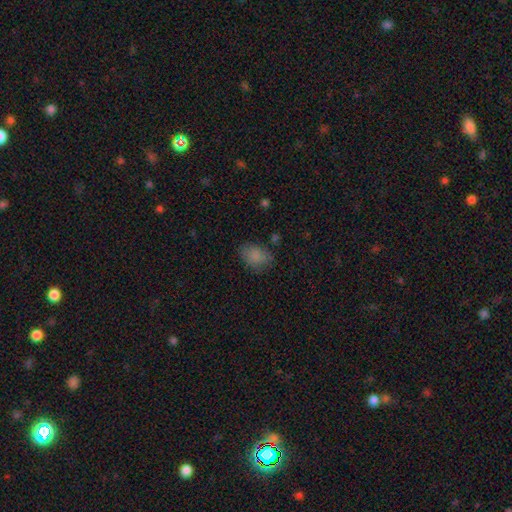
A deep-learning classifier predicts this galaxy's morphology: This is clearly a smooth galaxy (83%). How rounded: likely in between (78%). Merging: likely none (71%).